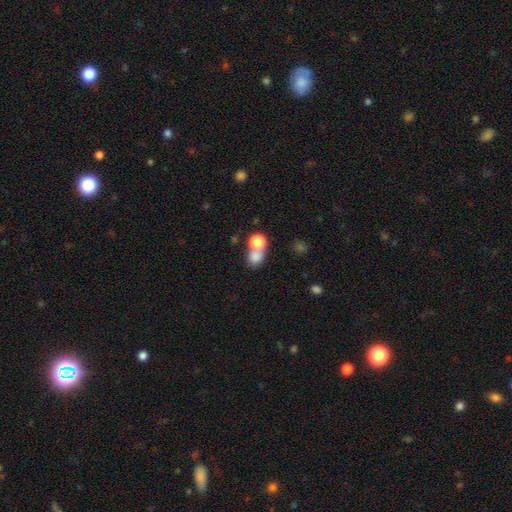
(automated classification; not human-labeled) Smooth or featured? smooth (78%)
How rounded? round (68%)
Merging? merger (51%)